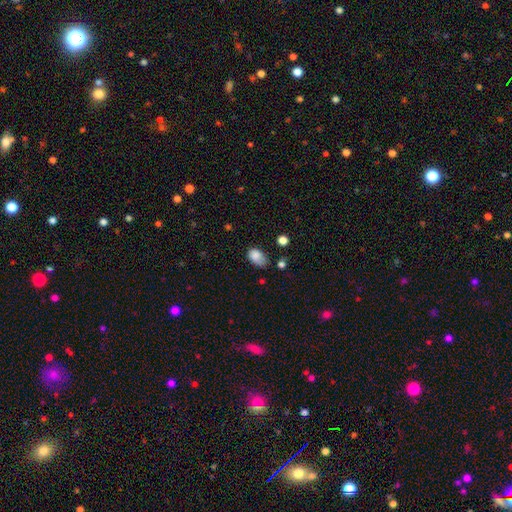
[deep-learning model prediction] This appears to be a smooth galaxy with no disk features (83%) that is in between round and cigar-shaped (86%). Merging: none (43%).